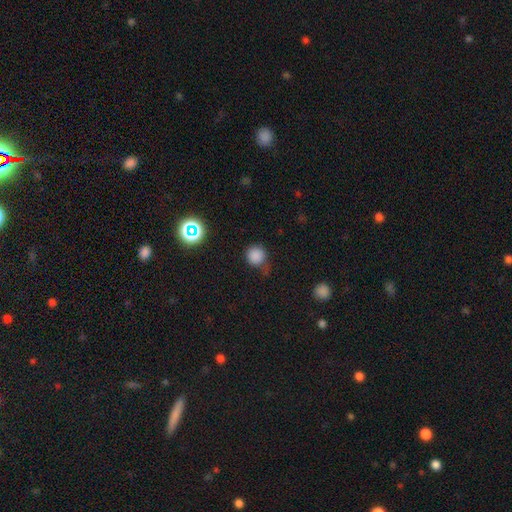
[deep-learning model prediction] A smooth galaxy with no disk features (81%) that is round (92%). Merging: none (67%).